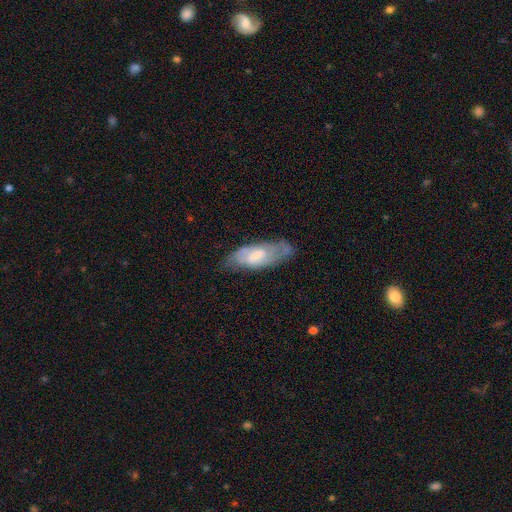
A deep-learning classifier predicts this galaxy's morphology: A featured or disk galaxy (59%).

Vote fractions:
- Smooth or featured? featured or disk: 59% / smooth: 35% / star or artifact: 6%
- Edge-on disk? no: 83% / yes: 17%
- Merging? none: 66% / minor disturbance: 24% / major disturbance: 8% / merger: 2%